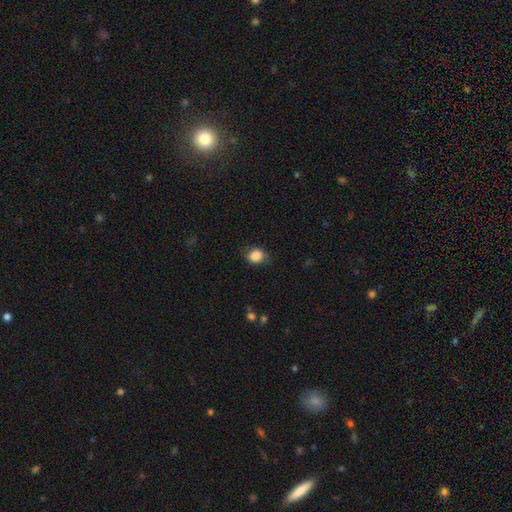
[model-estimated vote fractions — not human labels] smooth_or_featured: smooth (p=0.86) [alt: star or artifact p=0.08]
how_rounded: round (p=0.58) [alt: in between p=0.41]
merging: none (p=0.72) [alt: minor disturbance p=0.21]